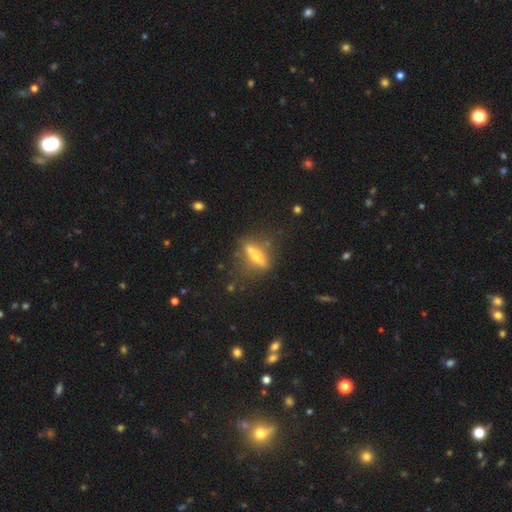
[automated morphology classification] A featured or disk galaxy (51%) viewed edge-on (71%).

Vote fractions:
- Smooth or featured? featured or disk: 51% / smooth: 39% / star or artifact: 10%
- Edge-on disk? yes: 71% / no: 29%
- Merging? none: 68% / minor disturbance: 17% / major disturbance: 9% / merger: 5%